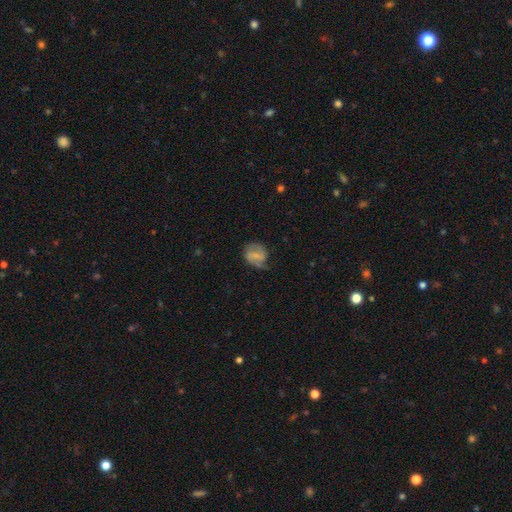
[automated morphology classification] Smooth or featured? featured or disk (54%)
Edge-on disk? no (97%)
Bar? weak (47%)
Spiral arms? yes (82%)
Bulge size? small (45%)
Merging? none (56%)